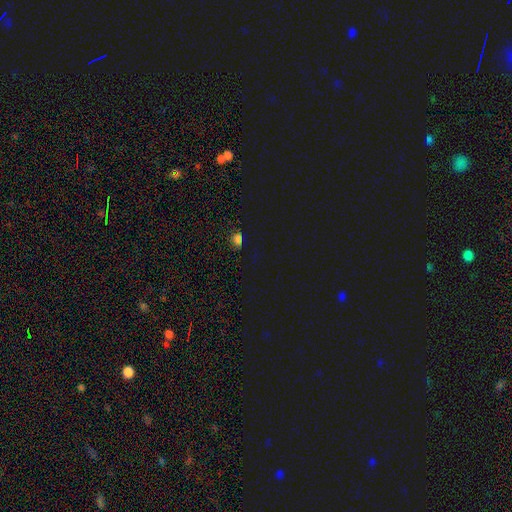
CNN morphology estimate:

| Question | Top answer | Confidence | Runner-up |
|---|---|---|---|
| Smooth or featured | star or artifact | 66% | smooth (28%) |